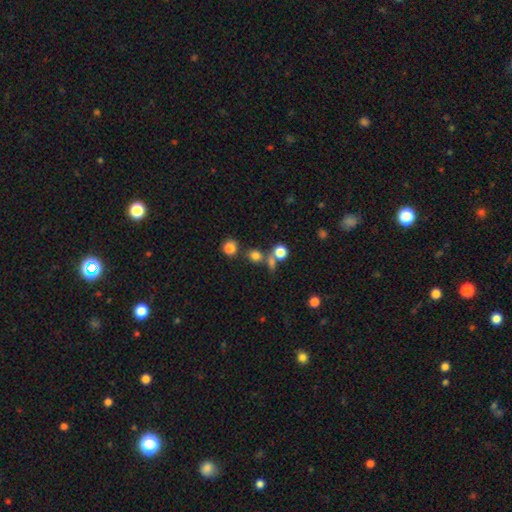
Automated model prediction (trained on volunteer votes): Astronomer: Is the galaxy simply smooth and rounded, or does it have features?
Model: smooth — 74%.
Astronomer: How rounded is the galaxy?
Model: round — 82%.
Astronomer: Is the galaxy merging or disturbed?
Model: none — 62%.